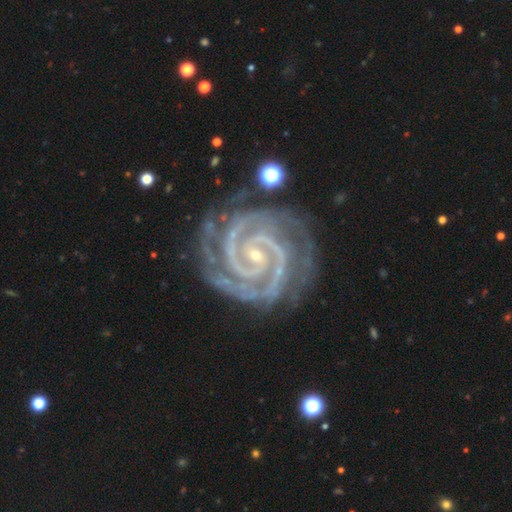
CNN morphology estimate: Smooth or featured: featured or disk — 94% (star or artifact — 4%)
Edge-on disk: no — 98% (yes — 2%)
Bar: no — 50% (weak — 28%)
Spiral arms: yes — 99% (no — 1%)
Spiral winding: tight — 82% (medium — 16%)
Spiral arm count: 2 — 76% (3 — 11%)
Bulge size: small — 85% (moderate — 11%)
Merging: none — 78% (minor disturbance — 16%)